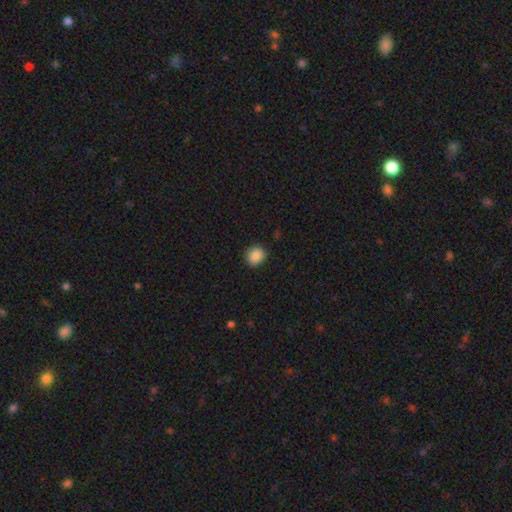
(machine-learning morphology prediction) Smooth or featured? smooth (88%)
How rounded? round (79%)
Merging? none (89%)